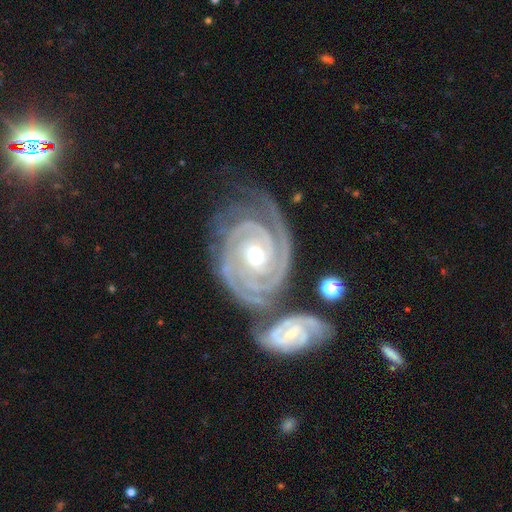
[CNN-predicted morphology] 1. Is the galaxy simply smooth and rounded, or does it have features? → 93% featured or disk, 4% star or artifact, 3% smooth.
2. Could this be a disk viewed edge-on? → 97% no, 3% yes.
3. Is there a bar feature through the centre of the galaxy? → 57% no, 25% weak, 17% strong.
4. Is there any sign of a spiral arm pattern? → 99% yes, 1% no.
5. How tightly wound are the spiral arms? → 86% tight, 12% medium, 2% loose.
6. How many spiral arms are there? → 50% 2, 26% 3, 8% can't tell, 7% 4, 4% more than 4, 4% 1.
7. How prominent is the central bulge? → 62% moderate, 33% small, 3% large, 1% none, 1% dominant.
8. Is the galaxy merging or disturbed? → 48% none, 29% merger, 16% minor disturbance, 7% major disturbance.